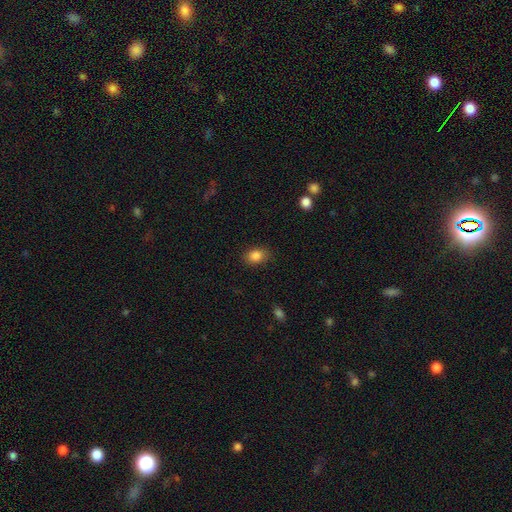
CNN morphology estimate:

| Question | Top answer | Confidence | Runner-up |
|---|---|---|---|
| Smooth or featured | smooth | 86% | star or artifact (10%) |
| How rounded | in between | 72% | round (27%) |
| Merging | none | 85% | minor disturbance (11%) |